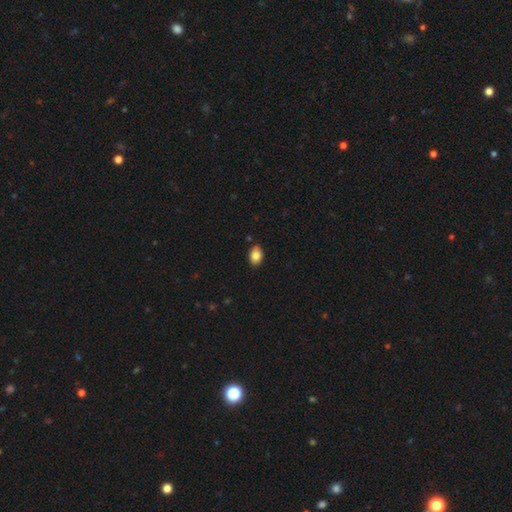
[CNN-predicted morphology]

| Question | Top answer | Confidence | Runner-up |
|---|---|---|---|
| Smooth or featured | smooth | 85% | star or artifact (8%) |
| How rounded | in between | 82% | round (17%) |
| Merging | none | 87% | minor disturbance (10%) |